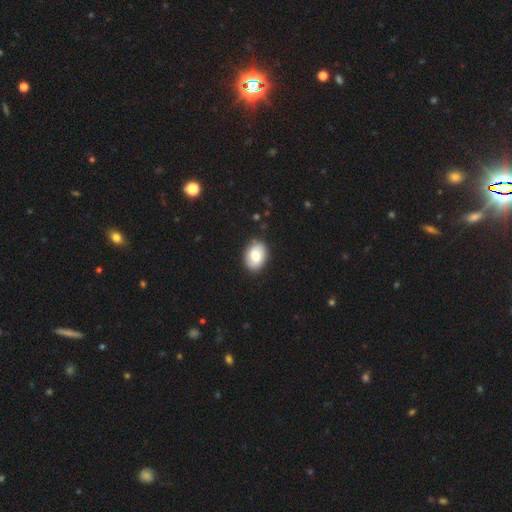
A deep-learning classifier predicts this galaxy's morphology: Smooth or featured?
  - smooth: 74% *
  - featured or disk: 19%
  - star or artifact: 7%
How rounded?
  - in between: 75% *
  - round: 24%
  - cigar-shaped: 1%
Merging?
  - none: 84% *
  - minor disturbance: 12%
  - major disturbance: 3%
  - merger: 1%